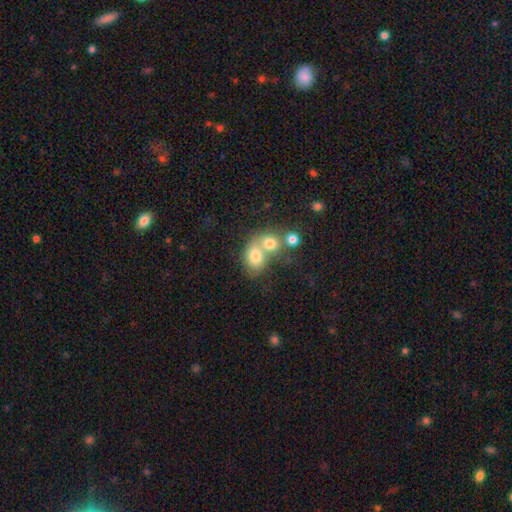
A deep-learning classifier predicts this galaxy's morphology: This is likely a smooth galaxy (73%). How rounded: possibly round (50%). Merging: likely merger (62%).